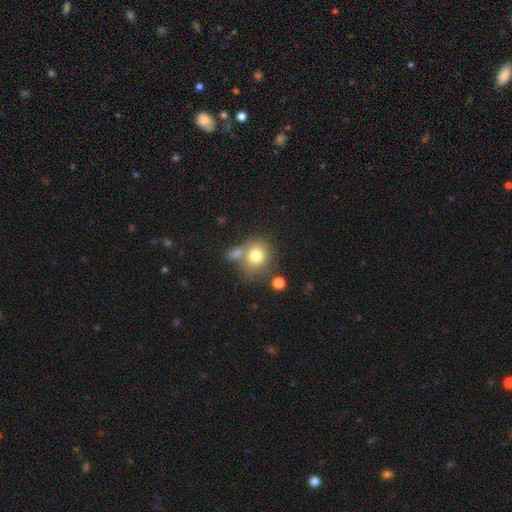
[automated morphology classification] This is likely a smooth galaxy (76%). How rounded: likely round (76%). Merging: possibly none (50%).